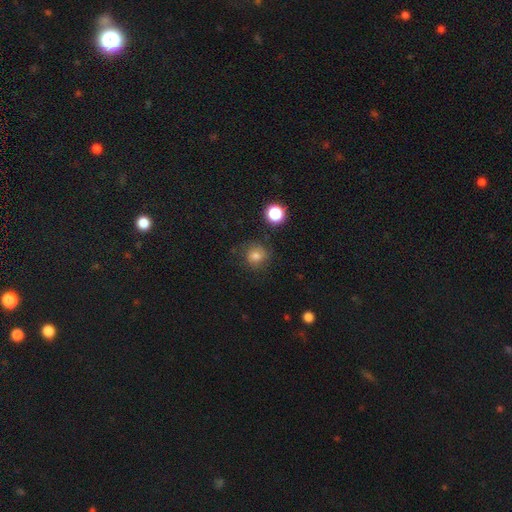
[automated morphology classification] Smooth or featured? smooth (74%)
How rounded? round (87%)
Merging? none (76%)